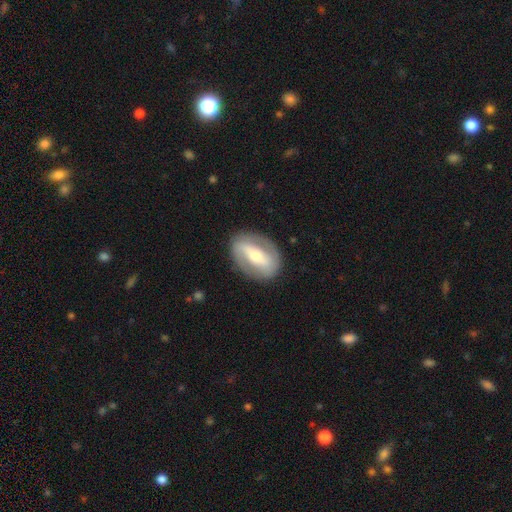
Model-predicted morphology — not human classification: This is likely a featured or disk galaxy (70%). It is clearly not viewed edge-on (89%). Bar: likely strong (63%). Spiral arm pattern: possibly yes (51%). Central bulge: likely moderate (62%). Merging: clearly none (85%).